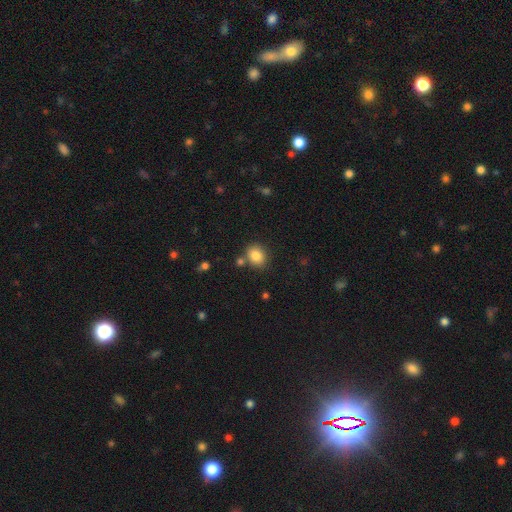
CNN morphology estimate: Q: Smooth or featured?
A: smooth (84%); runner-up: star or artifact (10%)
Q: How rounded?
A: round (57%); runner-up: in between (42%)
Q: Merging?
A: none (76%); runner-up: minor disturbance (11%)